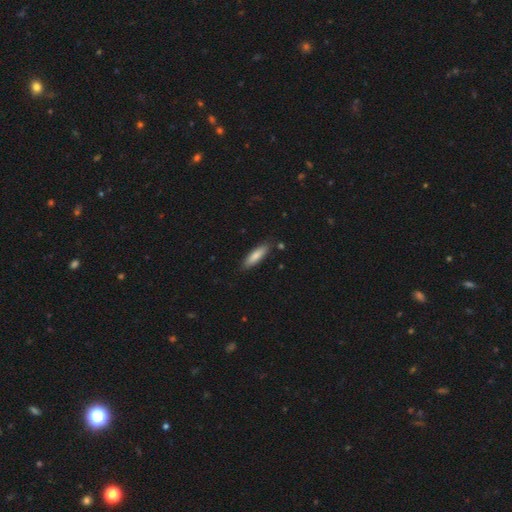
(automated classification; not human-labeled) A smooth galaxy with no disk features (81%) that is cigar-shaped (63%). Merging: none (86%).